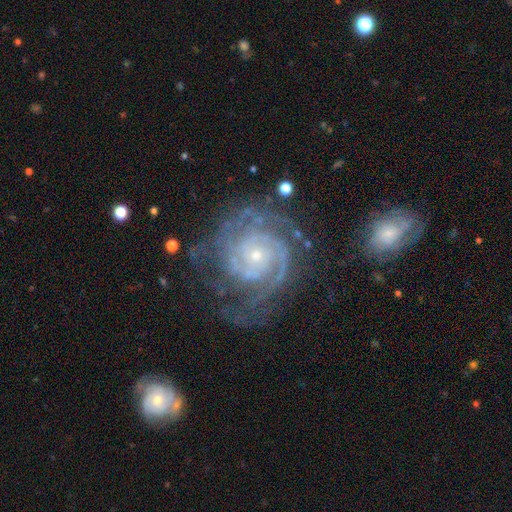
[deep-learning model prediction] Overall: featured or disk (90%). Edge-on disk: no (98%). Bar: no (76%). Spiral arms: yes (98%). Spiral arm count: 2 (32%; 3 24%). Spiral winding: tight (74%). Bulge size: small (79%). Merging: none (68%).